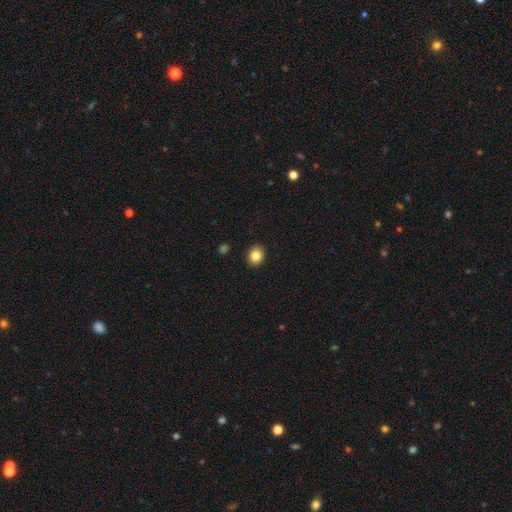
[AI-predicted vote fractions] A smooth galaxy with no disk features (83%) that is round (66%). Merging: none (91%).